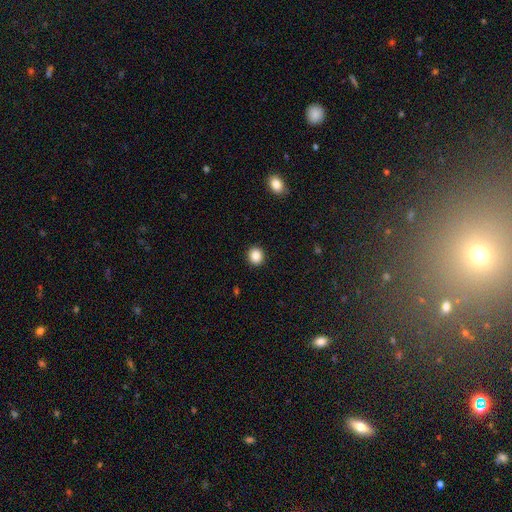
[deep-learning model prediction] smooth_or_featured: smooth (p=0.87) [alt: star or artifact p=0.09]
how_rounded: round (p=0.81) [alt: in between p=0.18]
merging: none (p=0.92) [alt: minor disturbance p=0.06]